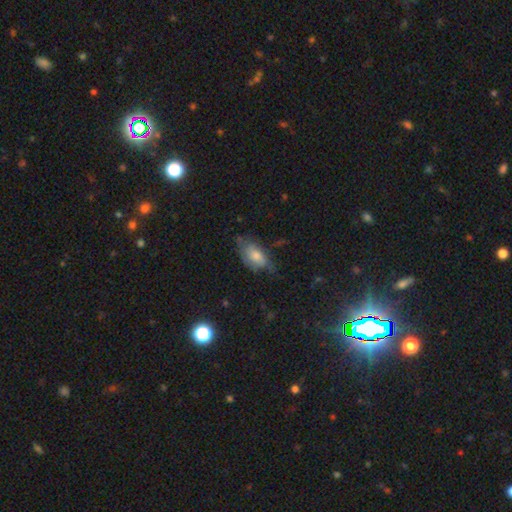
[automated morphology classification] This appears to be a smooth galaxy with no disk features (56%) that is in between round and cigar-shaped (88%). Merging: none (52%).